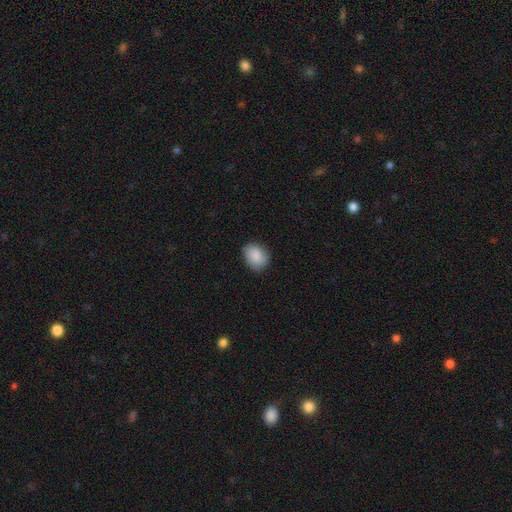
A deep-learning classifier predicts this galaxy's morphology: A smooth galaxy with no disk features (85%) that is in between round and cigar-shaped (50%).

Vote fractions:
- Smooth or featured? smooth: 85% / featured or disk: 8% / star or artifact: 7%
- How rounded? in between: 50% / round: 49% / cigar-shaped: 1%
- Merging? none: 79% / minor disturbance: 16% / major disturbance: 3% / merger: 1%